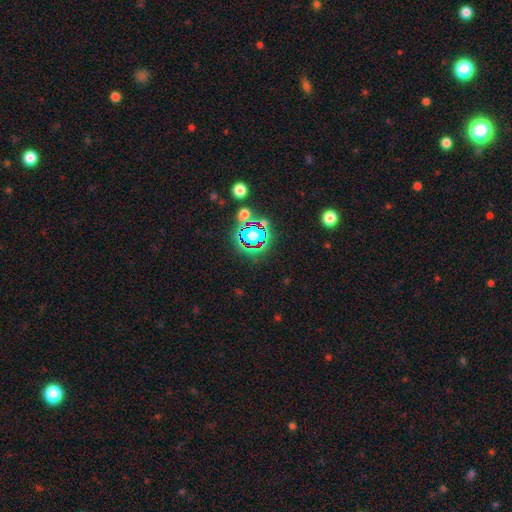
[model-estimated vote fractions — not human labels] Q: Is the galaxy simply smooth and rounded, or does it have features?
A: star or artifact — 76%.